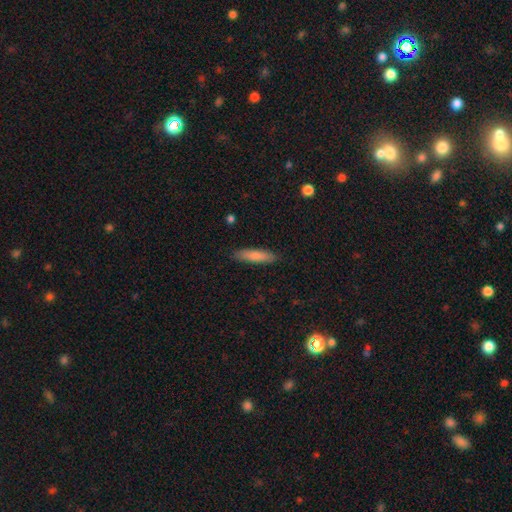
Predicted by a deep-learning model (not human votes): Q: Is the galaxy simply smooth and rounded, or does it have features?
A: smooth — 82%.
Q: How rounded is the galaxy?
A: cigar-shaped — 75%.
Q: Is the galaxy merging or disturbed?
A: none — 88%.